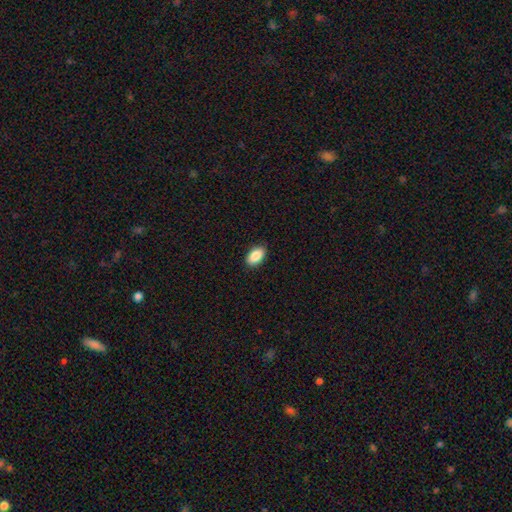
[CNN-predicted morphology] smooth-or-featured: smooth: 88% | star or artifact: 7% | featured or disk: 5%
  how-rounded: in between: 93% | round: 5% | cigar-shaped: 2%
  merging: none: 88% | minor disturbance: 9% | major disturbance: 2% | merger: 1%